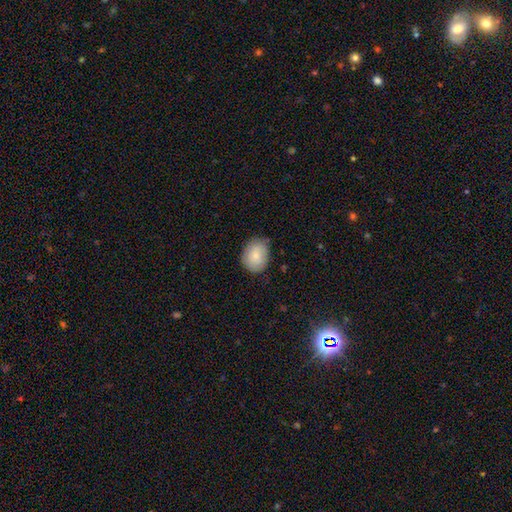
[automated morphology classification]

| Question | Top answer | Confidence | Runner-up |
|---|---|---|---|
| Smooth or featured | smooth | 82% | featured or disk (11%) |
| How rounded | in between | 58% | round (41%) |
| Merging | none | 76% | minor disturbance (20%) |